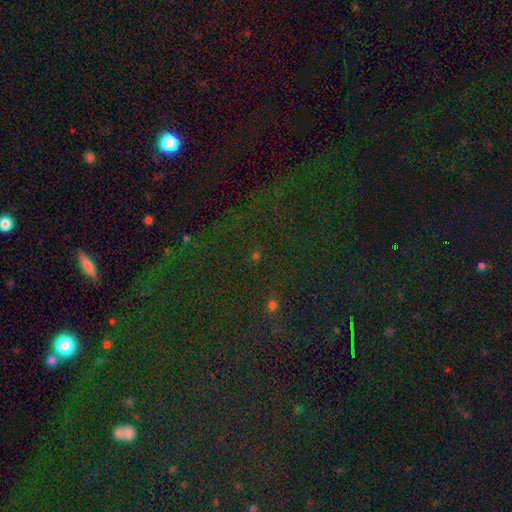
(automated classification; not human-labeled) star or artifact 63%, smooth 29%, featured or disk 8%.